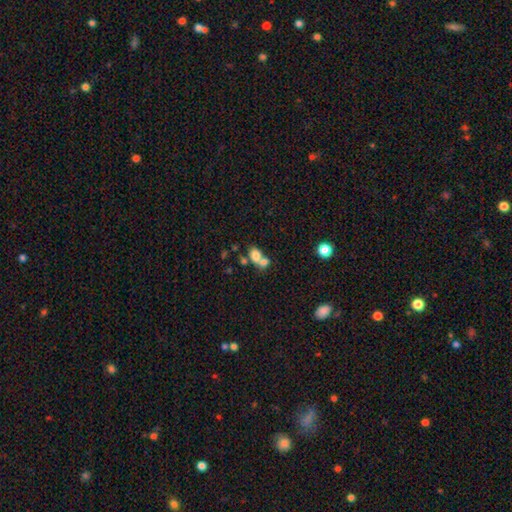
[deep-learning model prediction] Q: Smooth or featured?
A: smooth (75%); runner-up: featured or disk (15%)
Q: How rounded?
A: in between (65%); runner-up: round (34%)
Q: Merging?
A: merger (63%); runner-up: none (26%)